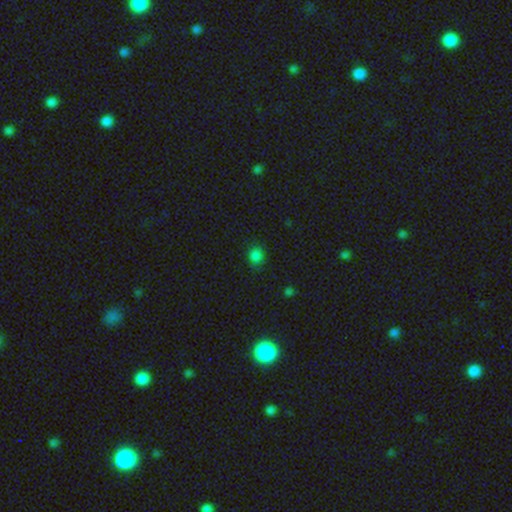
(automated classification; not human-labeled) Smooth or featured? smooth (81%)
How rounded? round (80%)
Merging? none (83%)